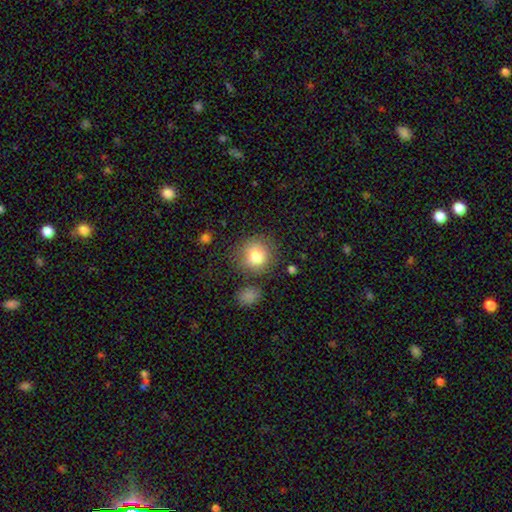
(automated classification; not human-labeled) Q: Smooth or featured?
A: smooth (80%); runner-up: star or artifact (10%)
Q: How rounded?
A: round (89%); runner-up: in between (11%)
Q: Merging?
A: none (78%); runner-up: minor disturbance (13%)